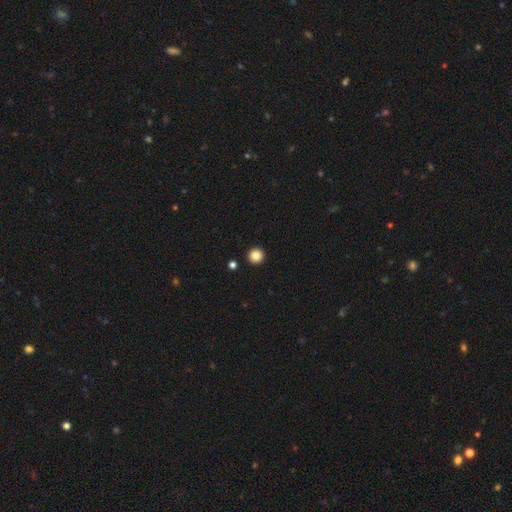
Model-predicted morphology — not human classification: Smooth or featured? smooth (85%)
How rounded? round (96%)
Merging? none (93%)